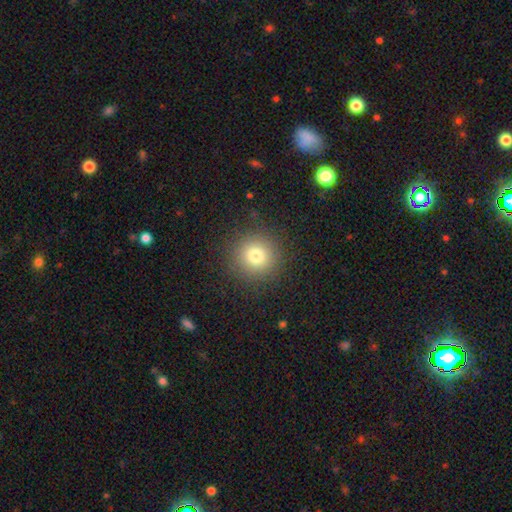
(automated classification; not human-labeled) This is likely a smooth galaxy (79%). How rounded: clearly round (94%). Merging: clearly none (89%).